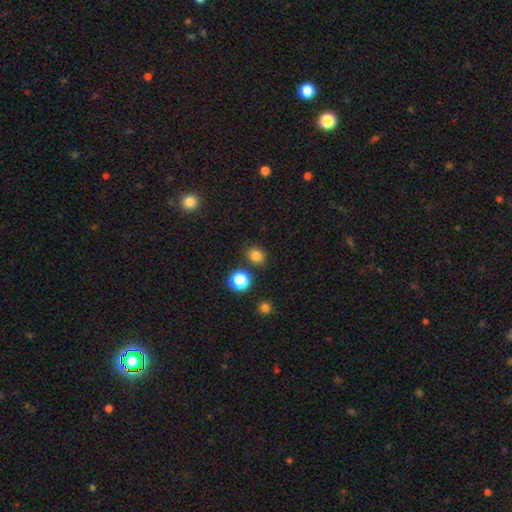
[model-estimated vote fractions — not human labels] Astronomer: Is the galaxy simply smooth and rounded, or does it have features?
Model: smooth — 81%.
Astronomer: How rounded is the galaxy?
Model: round — 72%.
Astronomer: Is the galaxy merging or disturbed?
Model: none — 83%.